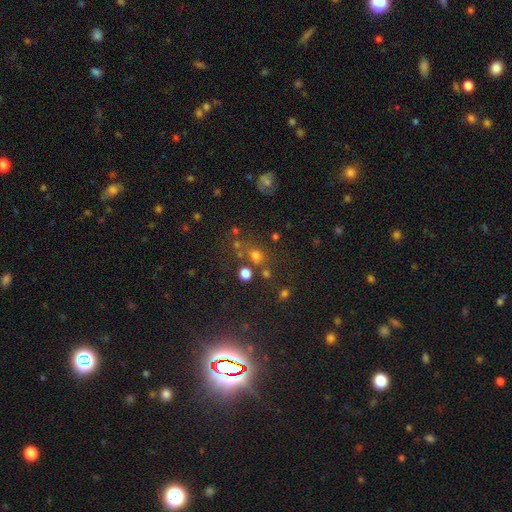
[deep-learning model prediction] smooth-or-featured: smooth: 53% | star or artifact: 38% | featured or disk: 10%
  how-rounded: round: 80% | in between: 18% | cigar-shaped: 2%
  merging: none: 69% | merger: 15% | minor disturbance: 10% | major disturbance: 5%